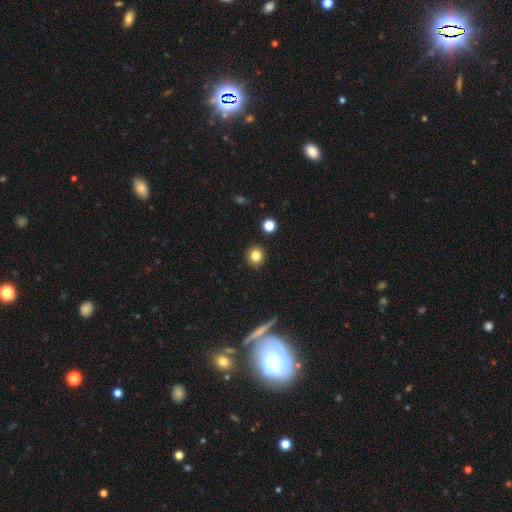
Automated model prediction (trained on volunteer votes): smooth 81%, star or artifact 12%, featured or disk 7%. Down the decision tree: how rounded — round (90%); merging — none (91%).